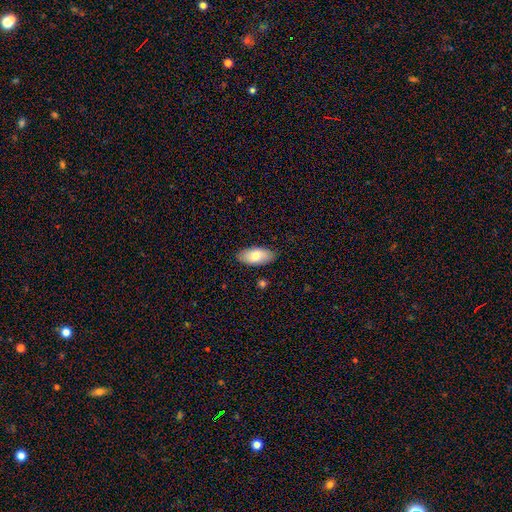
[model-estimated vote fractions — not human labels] The model was most divided on "smooth or featured": smooth: 78%, featured or disk: 16%, star or artifact: 6%. More confident: how rounded — in between (93%); merging — none (86%).